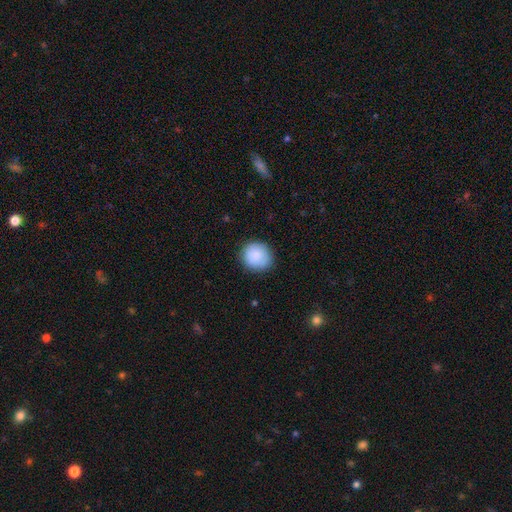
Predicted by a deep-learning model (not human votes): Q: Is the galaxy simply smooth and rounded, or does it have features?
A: smooth — 86%.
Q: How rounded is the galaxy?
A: round — 86%.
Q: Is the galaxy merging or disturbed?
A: none — 87%.